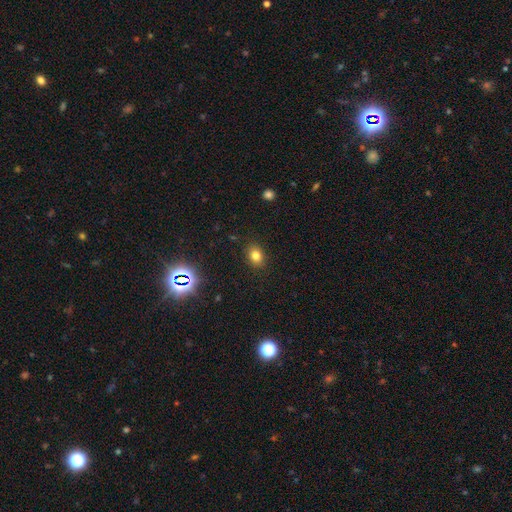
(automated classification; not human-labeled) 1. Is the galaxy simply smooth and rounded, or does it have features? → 78% smooth, 14% star or artifact, 7% featured or disk.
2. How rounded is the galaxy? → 58% in between, 41% round, 1% cigar-shaped.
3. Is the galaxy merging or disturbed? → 87% none, 9% minor disturbance, 3% major disturbance, 1% merger.